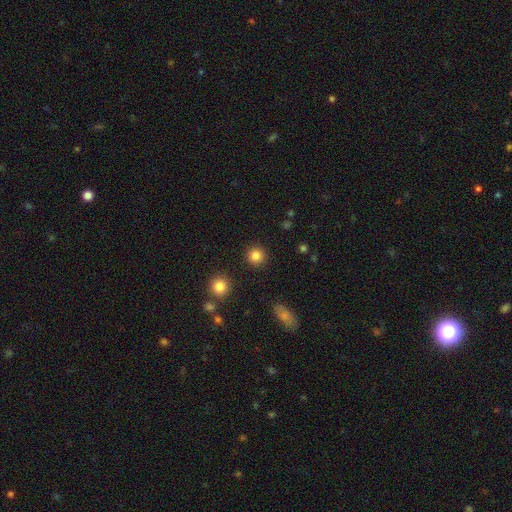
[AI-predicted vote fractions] Smooth or featured? Predicted: smooth (p=0.85). How rounded? Predicted: round (p=0.94). Merging? Predicted: none (p=0.91).